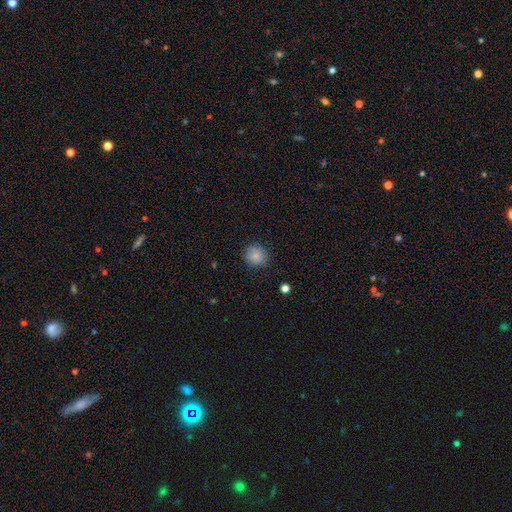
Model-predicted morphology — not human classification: The model was most divided on "merging": none: 82%, minor disturbance: 14%, major disturbance: 3%, merger: 1%. More confident: how rounded — round (85%); smooth or featured — smooth (83%).